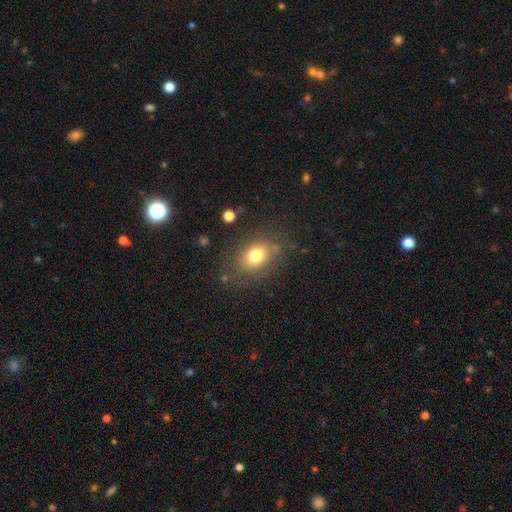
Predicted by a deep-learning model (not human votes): This is likely a smooth galaxy (75%). How rounded: likely in between (67%). Merging: likely none (76%).